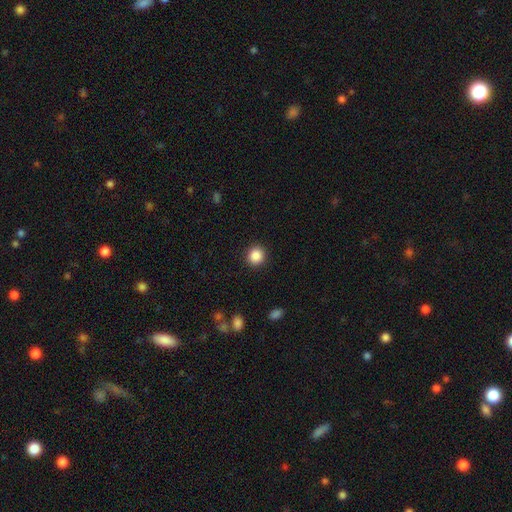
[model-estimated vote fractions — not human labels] Smooth or featured?
  - smooth: 88% *
  - star or artifact: 9%
  - featured or disk: 3%
How rounded?
  - round: 88% *
  - in between: 11%
  - cigar-shaped: 1%
Merging?
  - none: 91% *
  - minor disturbance: 5%
  - major disturbance: 2%
  - merger: 1%